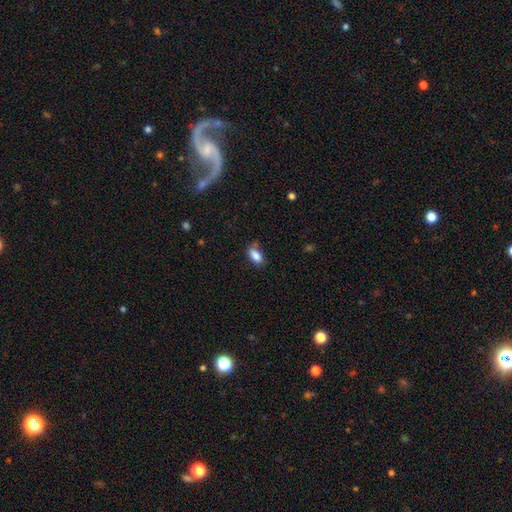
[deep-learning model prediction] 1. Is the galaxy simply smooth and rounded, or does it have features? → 86% smooth, 9% star or artifact, 5% featured or disk.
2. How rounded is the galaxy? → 89% in between, 6% round, 5% cigar-shaped.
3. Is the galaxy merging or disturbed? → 70% none, 21% minor disturbance, 5% merger, 4% major disturbance.